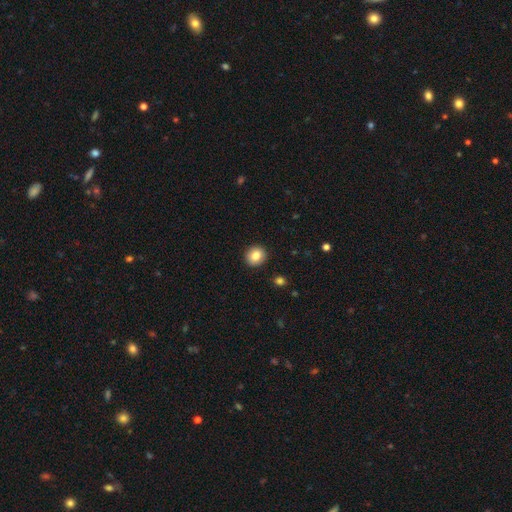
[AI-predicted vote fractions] Smooth or featured: smooth — 84% (star or artifact — 9%)
How rounded: round — 84% (in between — 15%)
Merging: none — 92% (minor disturbance — 5%)